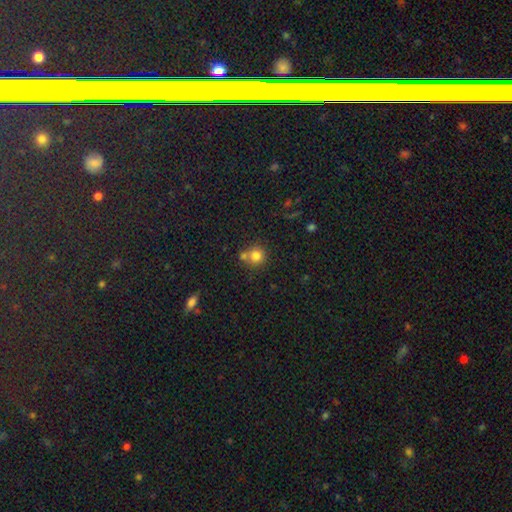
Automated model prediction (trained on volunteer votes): Smooth or featured? Predicted: smooth (p=0.79). How rounded? Predicted: round (p=0.91). Merging? Predicted: none (p=0.61).